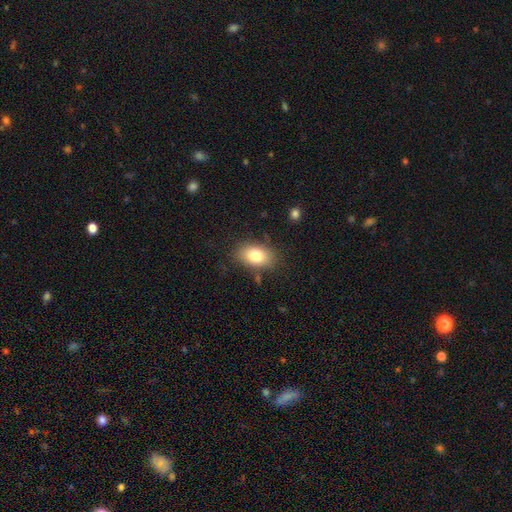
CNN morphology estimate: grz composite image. It shows a smooth galaxy with no disk features (79%) that is in between round and cigar-shaped (87%). Merging: none (81%).